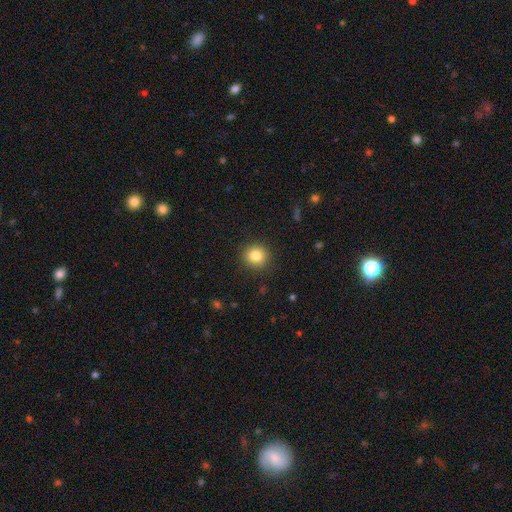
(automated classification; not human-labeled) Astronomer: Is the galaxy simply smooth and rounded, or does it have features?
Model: smooth — 83%.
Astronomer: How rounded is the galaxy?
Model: round — 90%.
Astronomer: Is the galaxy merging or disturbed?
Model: none — 91%.